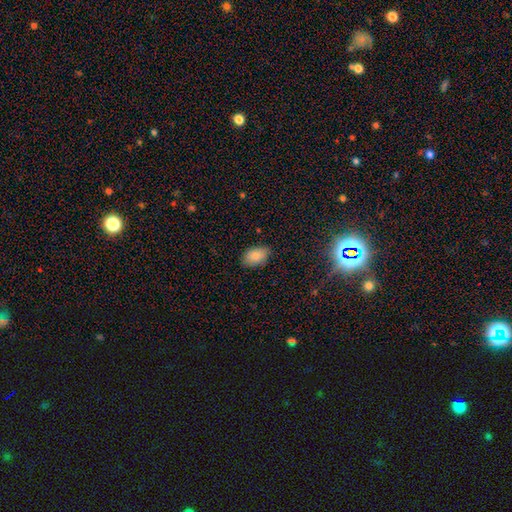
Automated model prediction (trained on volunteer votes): Overall: smooth (85%). How rounded: in between (89%). Merging: none (82%).